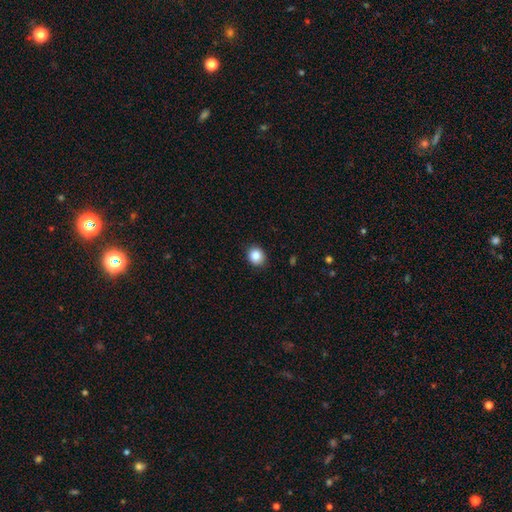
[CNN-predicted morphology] Smooth or featured?
  - smooth: 87% *
  - star or artifact: 9%
  - featured or disk: 4%
How rounded?
  - round: 73% *
  - in between: 26%
  - cigar-shaped: 1%
Merging?
  - none: 88% *
  - minor disturbance: 9%
  - major disturbance: 2%
  - merger: 1%